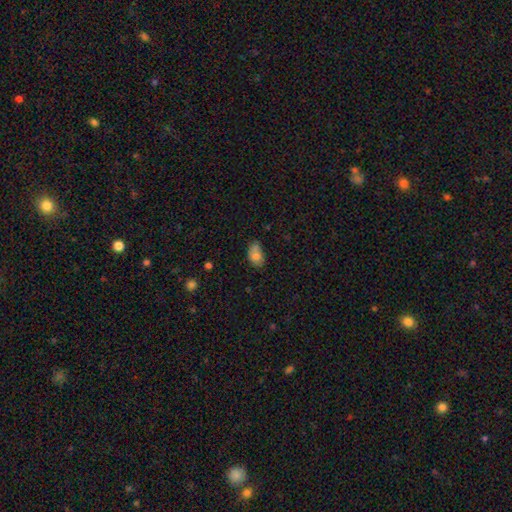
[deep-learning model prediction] Morphology: type=smooth (77%); roundness=in between (83%); merging=none (47%).